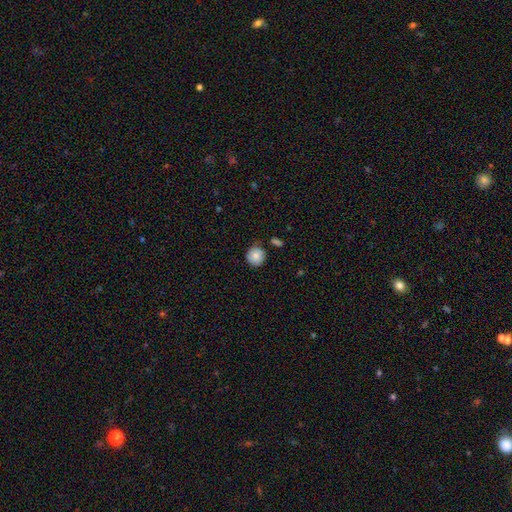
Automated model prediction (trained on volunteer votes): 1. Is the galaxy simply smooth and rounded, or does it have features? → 82% smooth, 10% featured or disk, 8% star or artifact.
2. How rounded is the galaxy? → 91% round, 8% in between, 1% cigar-shaped.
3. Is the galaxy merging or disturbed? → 76% none, 18% minor disturbance, 3% merger, 3% major disturbance.